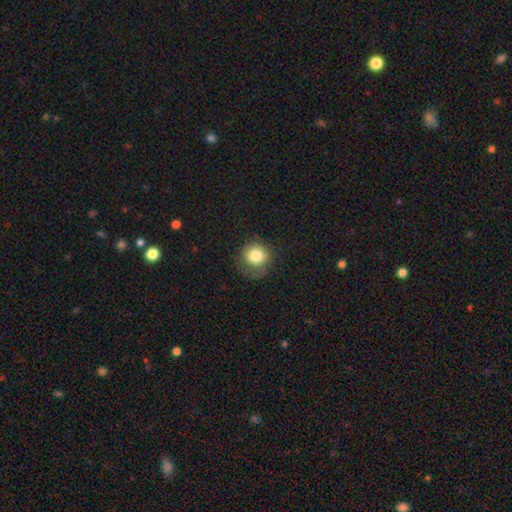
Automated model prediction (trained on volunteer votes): This appears to be a smooth galaxy with no disk features (79%) that is round (88%). Merging: none (59%).